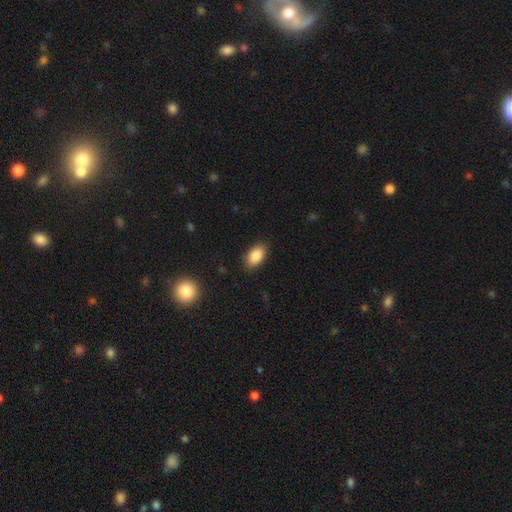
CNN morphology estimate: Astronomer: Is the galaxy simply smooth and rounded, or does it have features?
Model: smooth — 88%.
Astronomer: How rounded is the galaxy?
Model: in between — 92%.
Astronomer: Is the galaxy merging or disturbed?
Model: none — 87%.